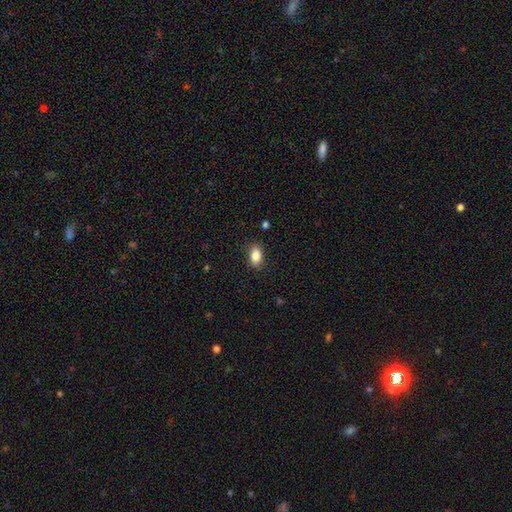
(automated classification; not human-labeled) Smooth or featured? Predicted: smooth (p=0.85). How rounded? Predicted: in between (p=0.87). Merging? Predicted: none (p=0.86).